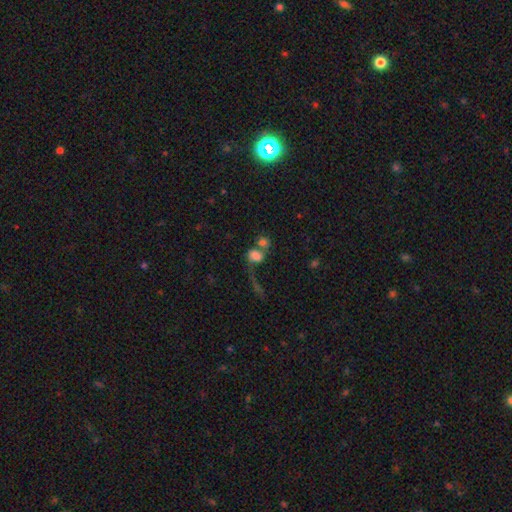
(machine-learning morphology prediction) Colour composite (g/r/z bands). It shows a smooth galaxy with no disk features (70%) that is in between round and cigar-shaped (56%). Merging: merger (55%).